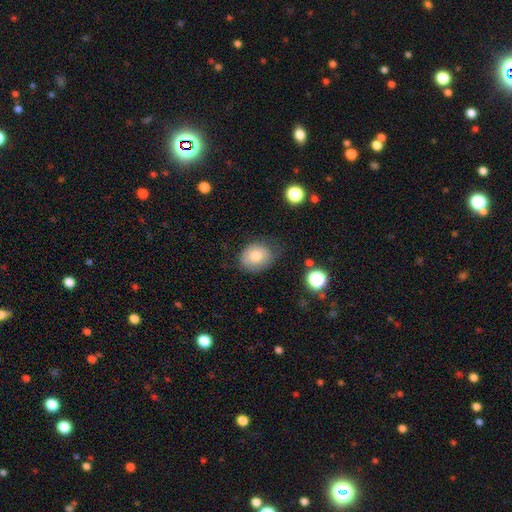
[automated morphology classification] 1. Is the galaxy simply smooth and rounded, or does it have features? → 79% smooth, 12% featured or disk, 9% star or artifact.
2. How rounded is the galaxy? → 51% round, 48% in between, 1% cigar-shaped.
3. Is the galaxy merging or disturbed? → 61% none, 29% minor disturbance, 8% major disturbance, 2% merger.